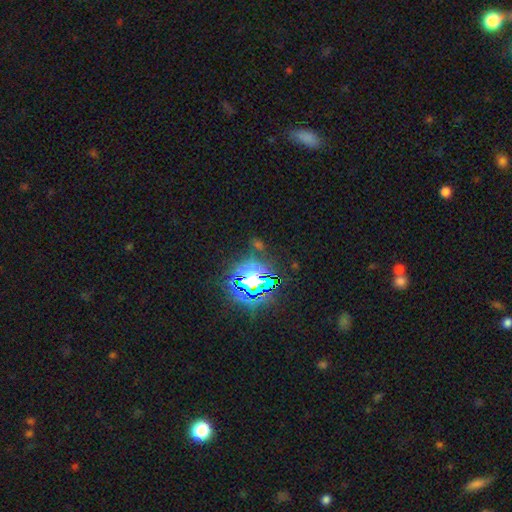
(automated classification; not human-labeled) star or artifact 80%, smooth 13%, featured or disk 7%.